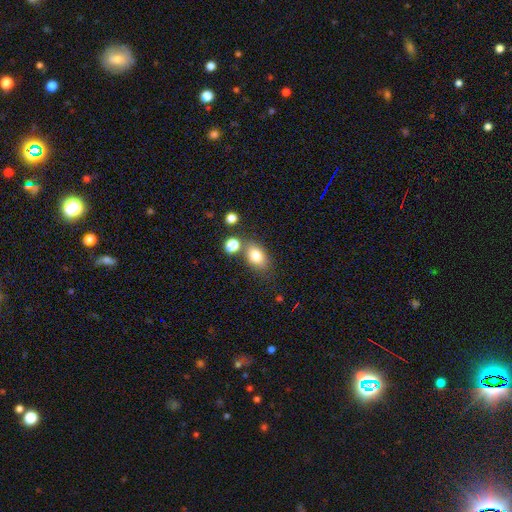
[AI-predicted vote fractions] A smooth galaxy with no disk features (81%) that is in between round and cigar-shaped (81%). Merging: none (68%).